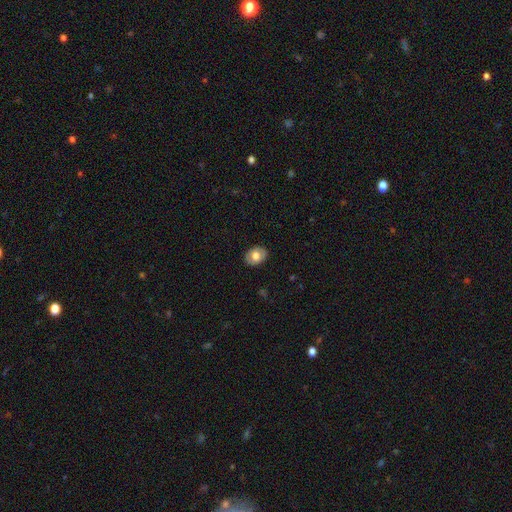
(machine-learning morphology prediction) Smooth or featured? smooth (68%)
How rounded? in between (70%)
Merging? none (86%)